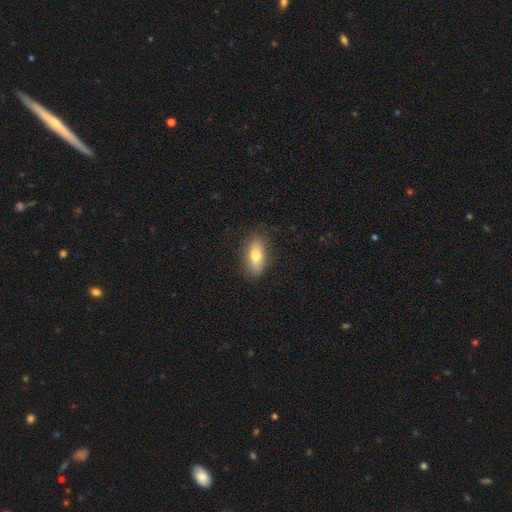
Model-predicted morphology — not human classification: Q: Smooth or featured?
A: smooth (71%); runner-up: featured or disk (22%)
Q: How rounded?
A: in between (79%); runner-up: cigar-shaped (16%)
Q: Merging?
A: none (83%); runner-up: minor disturbance (13%)